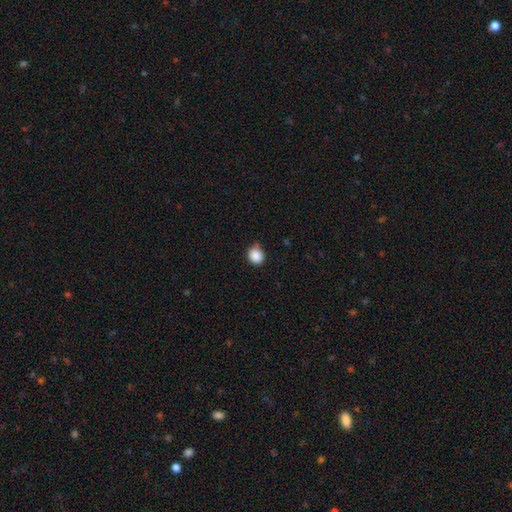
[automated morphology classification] Overall: smooth (88%). How rounded: round (71%). Merging: none (71%).